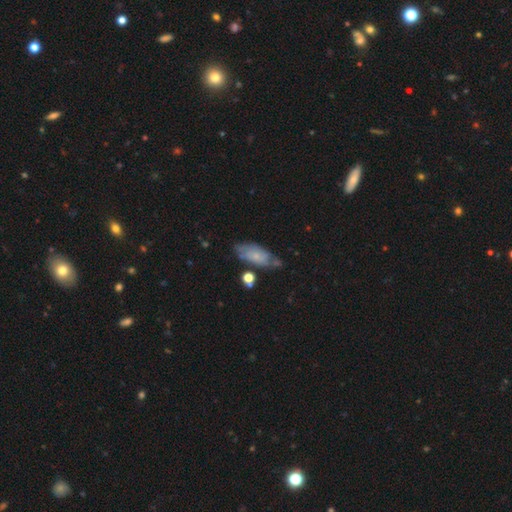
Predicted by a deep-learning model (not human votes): A smooth galaxy with no disk features (52%) that is in between round and cigar-shaped (81%). Merging: none (57%).